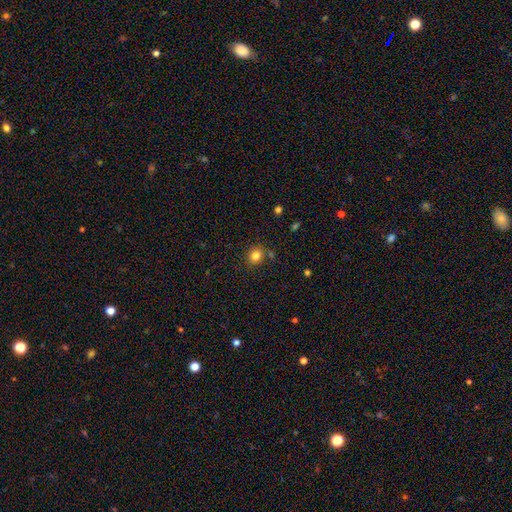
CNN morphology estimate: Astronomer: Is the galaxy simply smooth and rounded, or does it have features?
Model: smooth — 82%.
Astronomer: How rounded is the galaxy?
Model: round — 75%.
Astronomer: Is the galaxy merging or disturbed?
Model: none — 80%.